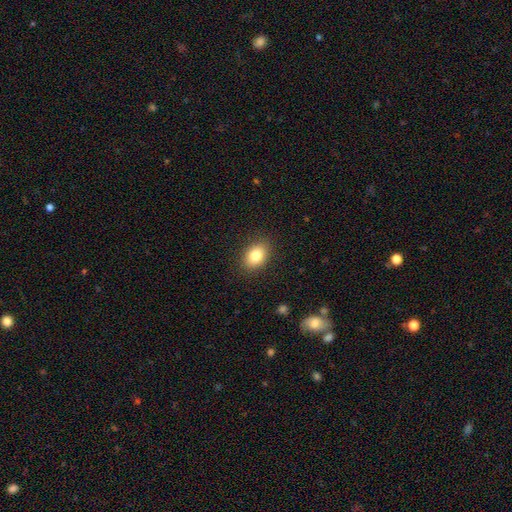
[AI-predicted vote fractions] smooth_or_featured: smooth (p=0.82) [alt: featured or disk p=0.09]
how_rounded: in between (p=0.76) [alt: round p=0.23]
merging: none (p=0.88) [alt: minor disturbance p=0.09]